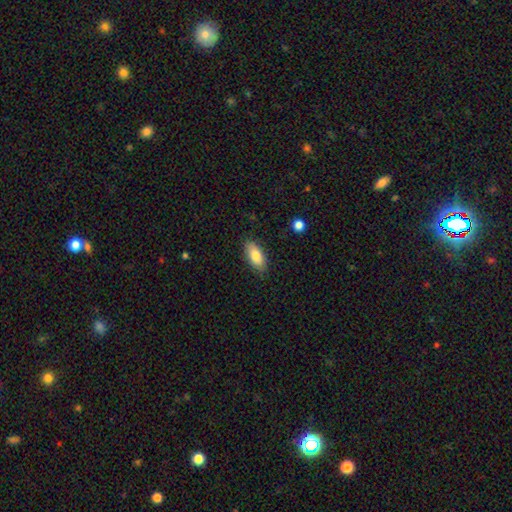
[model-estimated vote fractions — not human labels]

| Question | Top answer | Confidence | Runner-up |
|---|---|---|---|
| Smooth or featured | smooth | 82% | featured or disk (12%) |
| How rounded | in between | 86% | cigar-shaped (11%) |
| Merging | none | 84% | minor disturbance (12%) |